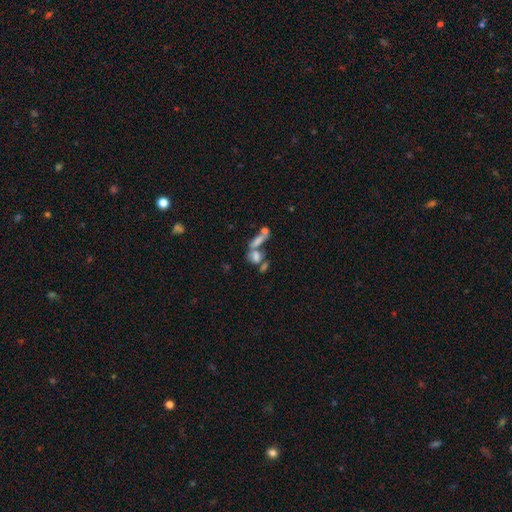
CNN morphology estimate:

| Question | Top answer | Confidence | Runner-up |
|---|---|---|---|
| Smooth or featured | smooth | 63% | featured or disk (22%) |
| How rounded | in between | 62% | round (23%) |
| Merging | merger | 53% | none (26%) |